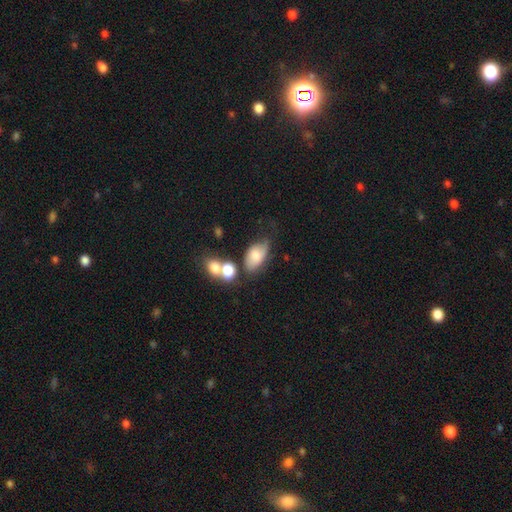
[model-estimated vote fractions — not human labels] Q: Smooth or featured?
A: smooth (68%); runner-up: featured or disk (23%)
Q: How rounded?
A: in between (88%); runner-up: round (10%)
Q: Merging?
A: none (36%); runner-up: minor disturbance (29%)